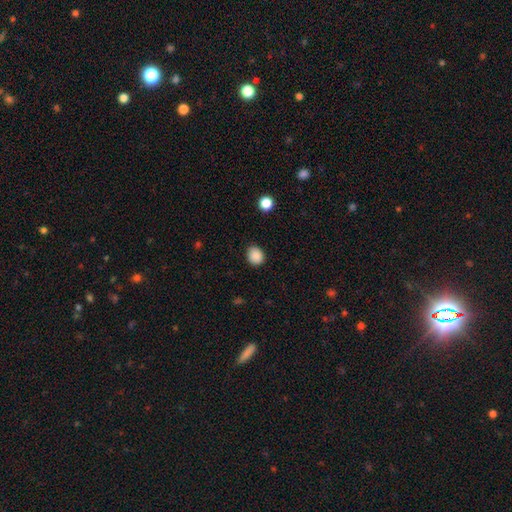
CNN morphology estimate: A smooth galaxy with no disk features (88%) that is round (67%). Merging: none (86%).